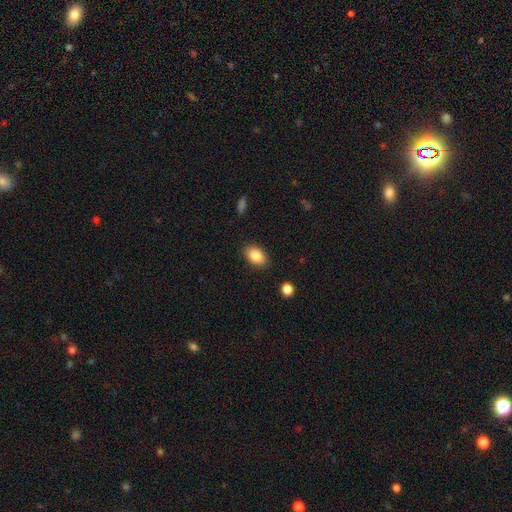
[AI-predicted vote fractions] A smooth galaxy with no disk features (86%) that is in between round and cigar-shaped (88%).

Vote fractions:
- Smooth or featured? smooth: 86% / star or artifact: 8% / featured or disk: 6%
- How rounded? in between: 88% / round: 11% / cigar-shaped: 1%
- Merging? none: 87% / minor disturbance: 9% / major disturbance: 2% / merger: 1%